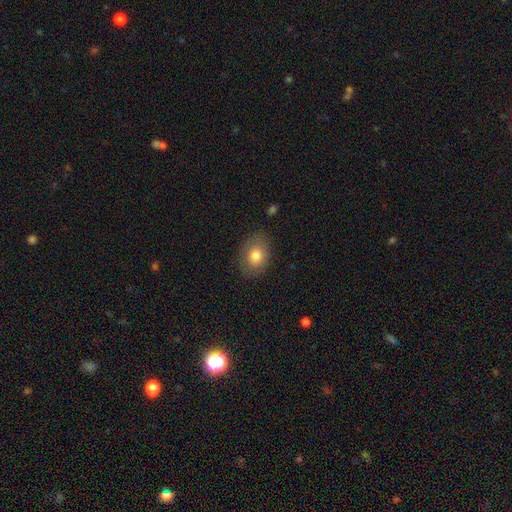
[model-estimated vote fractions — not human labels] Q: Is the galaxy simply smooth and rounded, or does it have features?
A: smooth — 78%.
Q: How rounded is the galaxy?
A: in between — 65%.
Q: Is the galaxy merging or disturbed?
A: none — 80%.